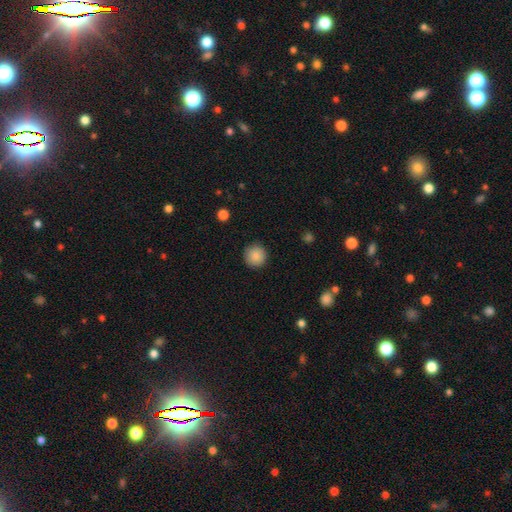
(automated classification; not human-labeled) This appears to be a smooth galaxy with no disk features (88%) that is round (95%). Merging: none (92%).